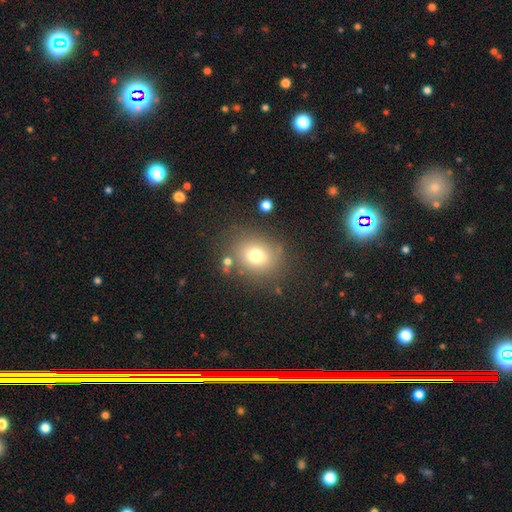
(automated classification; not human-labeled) A smooth galaxy with no disk features (73%) that is round (68%).

Vote fractions:
- Smooth or featured? smooth: 73% / star or artifact: 14% / featured or disk: 13%
- How rounded? round: 68% / in between: 31% / cigar-shaped: 1%
- Merging? none: 77% / minor disturbance: 12% / major disturbance: 6% / merger: 5%